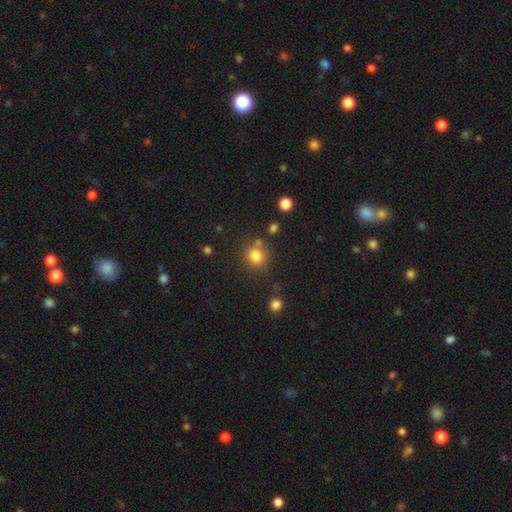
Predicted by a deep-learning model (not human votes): Q: Smooth or featured?
A: smooth (81%); runner-up: star or artifact (13%)
Q: How rounded?
A: round (89%); runner-up: in between (10%)
Q: Merging?
A: none (76%); runner-up: merger (11%)